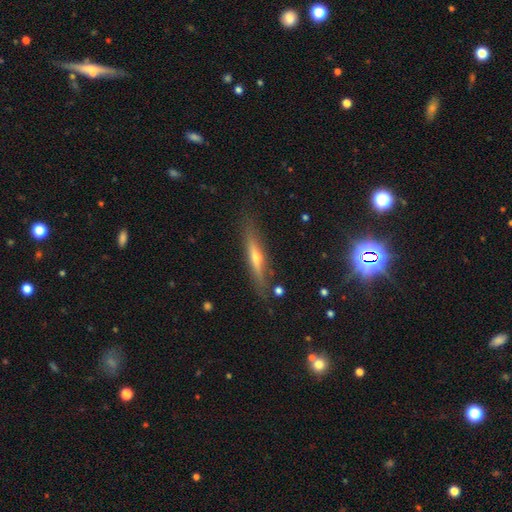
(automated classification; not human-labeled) Q: Smooth or featured?
A: featured or disk (62%); runner-up: smooth (27%)
Q: Edge-on disk?
A: yes (93%); runner-up: no (7%)
Q: Edge-on bulge?
A: rounded (77%); runner-up: none (18%)
Q: Merging?
A: none (84%); runner-up: minor disturbance (12%)